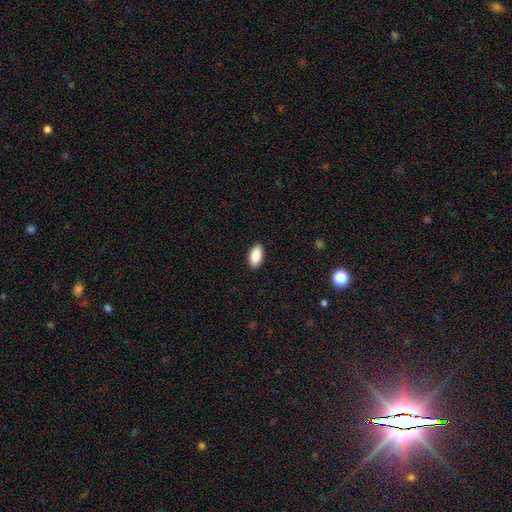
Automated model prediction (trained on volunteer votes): Overall: smooth (89%). How rounded: in between (93%). Merging: none (90%).